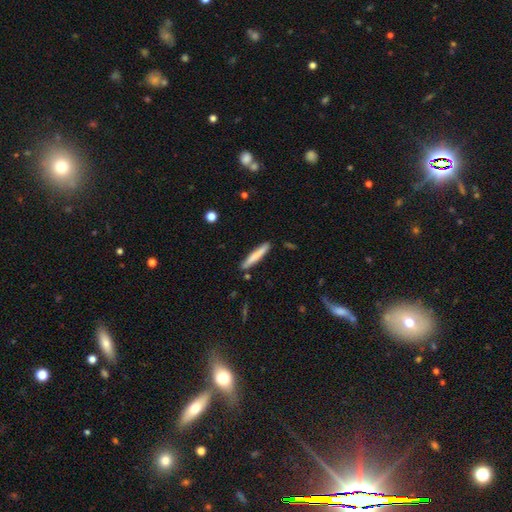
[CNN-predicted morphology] Smooth or featured: smooth — 73% (featured or disk — 21%)
How rounded: cigar-shaped — 94% (in between — 5%)
Merging: none — 86% (minor disturbance — 9%)